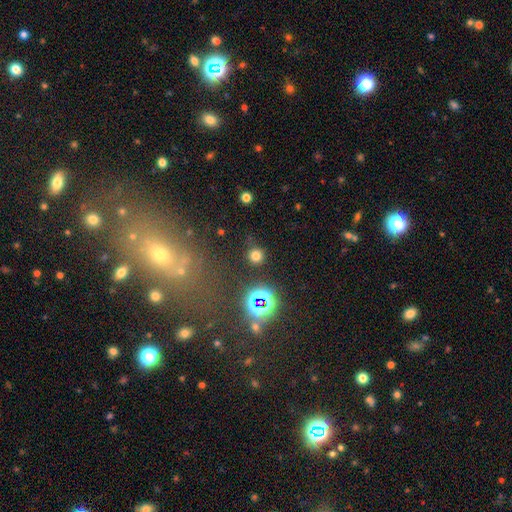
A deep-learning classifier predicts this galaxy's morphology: Smooth or featured?
  - smooth: 71% *
  - star or artifact: 23%
  - featured or disk: 6%
How rounded?
  - round: 93% *
  - in between: 6%
  - cigar-shaped: 1%
Merging?
  - none: 84% *
  - minor disturbance: 8%
  - major disturbance: 4%
  - merger: 3%